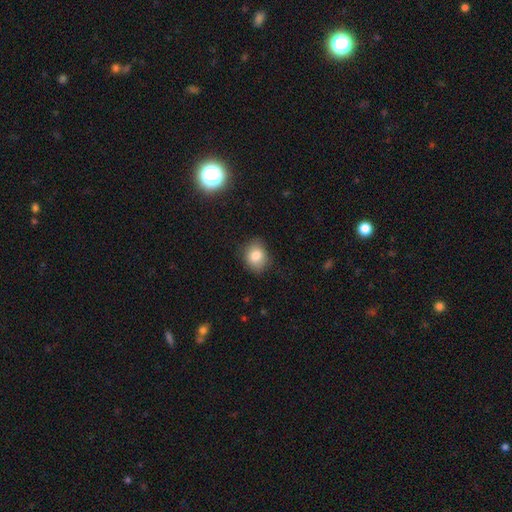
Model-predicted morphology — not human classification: smooth_or_featured: smooth (p=0.82) [alt: star or artifact p=0.10]
how_rounded: round (p=0.55) [alt: in between p=0.44]
merging: none (p=0.80) [alt: minor disturbance p=0.16]